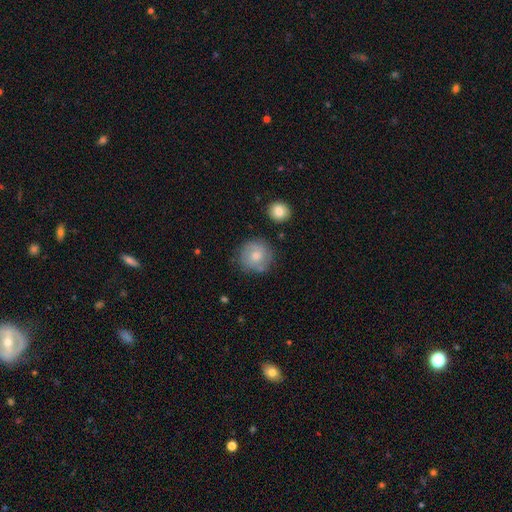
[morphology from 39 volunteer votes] This is likely a smooth galaxy (72%). How rounded: clearly round (96%). Merging: likely none (76%).